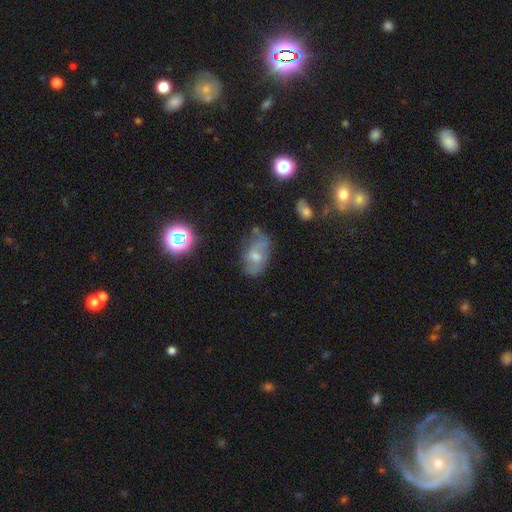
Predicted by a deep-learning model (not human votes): This is possibly a featured or disk galaxy (46%). Merging: possibly none (47%).